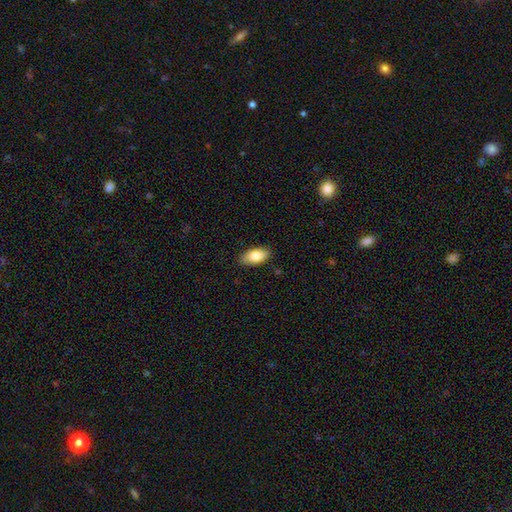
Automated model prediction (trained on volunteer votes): Smooth or featured?
  - smooth: 85% *
  - featured or disk: 9%
  - star or artifact: 6%
How rounded?
  - in between: 93% *
  - cigar-shaped: 4%
  - round: 3%
Merging?
  - none: 85% *
  - minor disturbance: 12%
  - major disturbance: 2%
  - merger: 1%